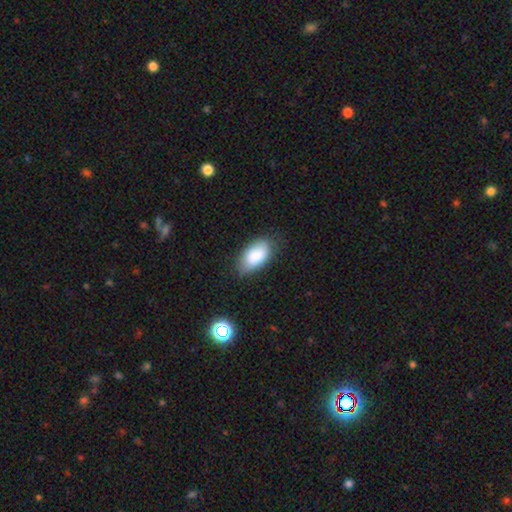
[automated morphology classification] Smooth or featured: smooth — 85% (featured or disk — 8%)
How rounded: in between — 94% (round — 3%)
Merging: none — 71% (minor disturbance — 22%)